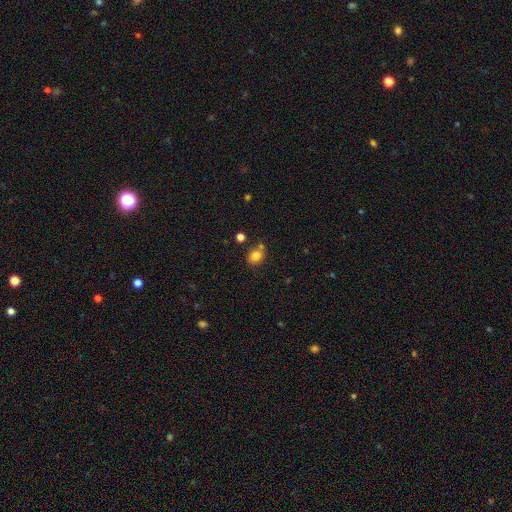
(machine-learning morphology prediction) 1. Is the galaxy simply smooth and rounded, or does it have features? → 81% smooth, 12% star or artifact, 7% featured or disk.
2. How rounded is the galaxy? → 71% round, 28% in between, 1% cigar-shaped.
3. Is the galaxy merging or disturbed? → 67% none, 17% merger, 12% minor disturbance, 4% major disturbance.